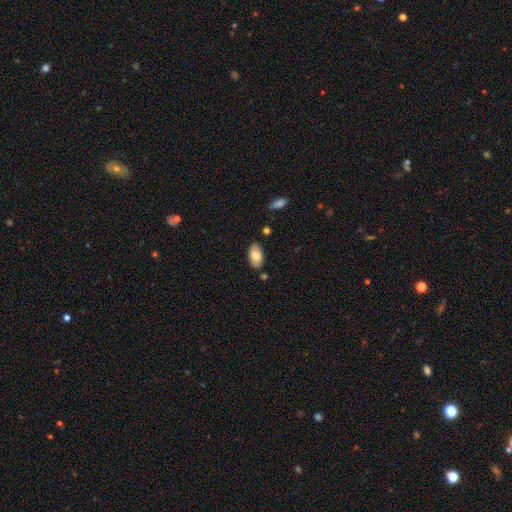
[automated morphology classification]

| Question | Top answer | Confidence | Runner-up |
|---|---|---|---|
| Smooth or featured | smooth | 78% | featured or disk (15%) |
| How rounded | in between | 95% | round (3%) |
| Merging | none | 83% | minor disturbance (11%) |